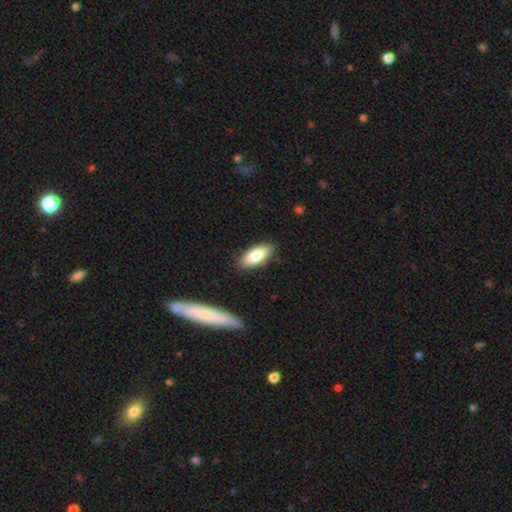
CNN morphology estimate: The model was most divided on "smooth or featured": smooth: 80%, featured or disk: 14%, star or artifact: 6%. More confident: merging — none (86%); how rounded — in between (84%).